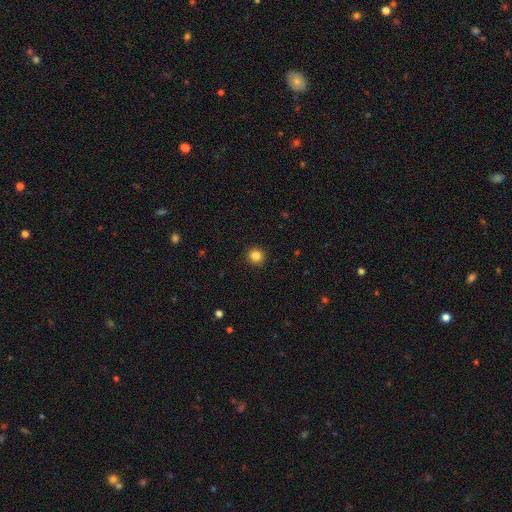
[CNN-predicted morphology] The model was most divided on "smooth or featured": smooth: 85%, star or artifact: 11%, featured or disk: 4%. More confident: merging — none (92%); how rounded — round (92%).